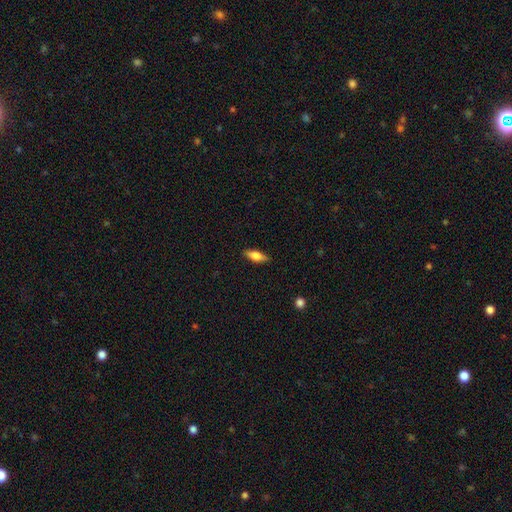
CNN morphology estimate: Smooth or featured? Predicted: smooth (p=0.62). How rounded? Predicted: in between (p=0.64). Merging? Predicted: none (p=0.87).